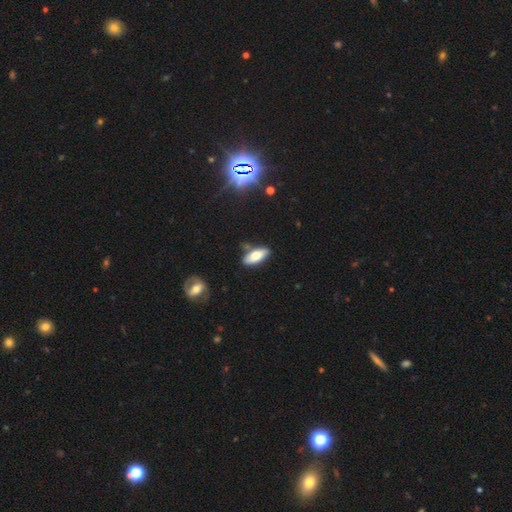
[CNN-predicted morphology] Overall: smooth (72%). How rounded: in between (82%). Merging: none (79%).